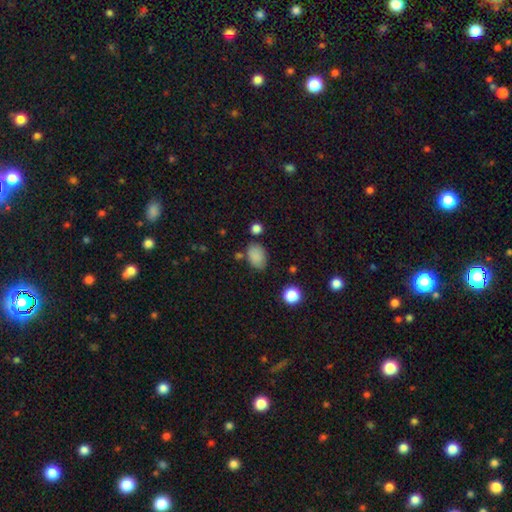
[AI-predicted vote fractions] Smooth or featured? smooth (85%)
How rounded? in between (82%)
Merging? none (70%)